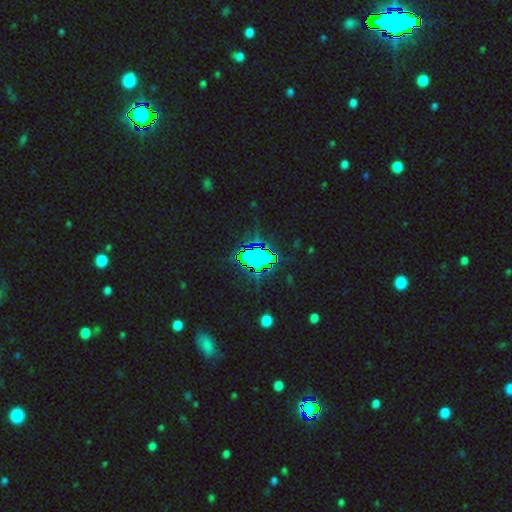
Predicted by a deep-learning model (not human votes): This is likely a star or artifact rather than a galaxy (73%).